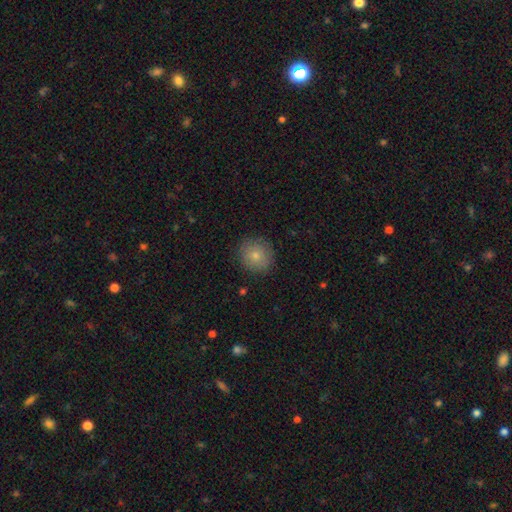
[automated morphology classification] Overall: smooth (79%). How rounded: round (90%). Merging: none (86%).